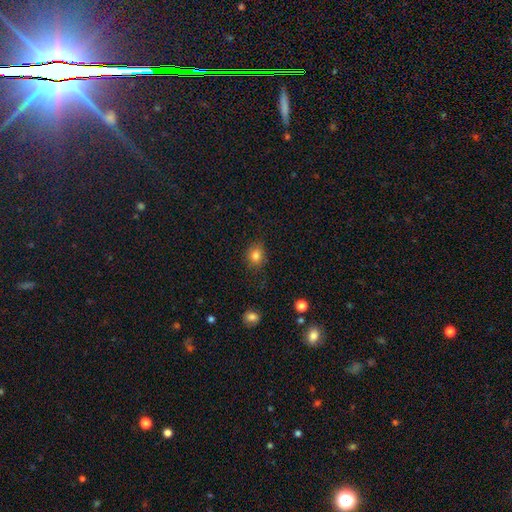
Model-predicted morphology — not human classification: This is clearly a smooth galaxy (81%). How rounded: likely round (61%). Merging: clearly none (81%).